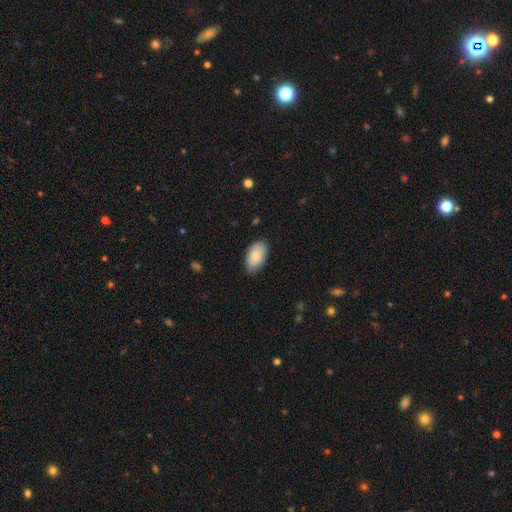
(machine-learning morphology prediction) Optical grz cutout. It shows a smooth galaxy with no disk features (85%) that is in between round and cigar-shaped (95%). Merging: none (82%).